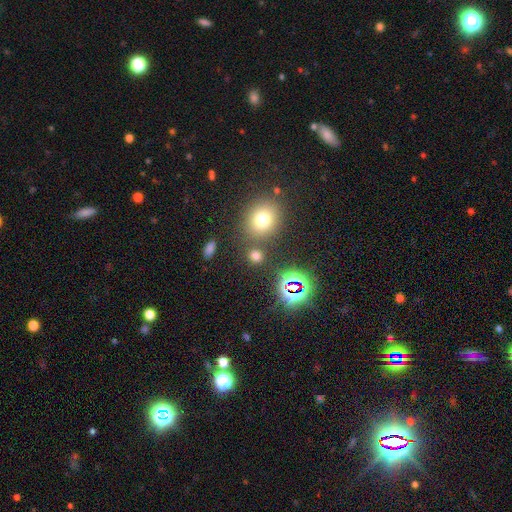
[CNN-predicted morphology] smooth-or-featured: smooth: 61% | star or artifact: 32% | featured or disk: 7%
  how-rounded: round: 76% | in between: 22% | cigar-shaped: 2%
  merging: none: 76% | merger: 11% | minor disturbance: 9% | major disturbance: 4%